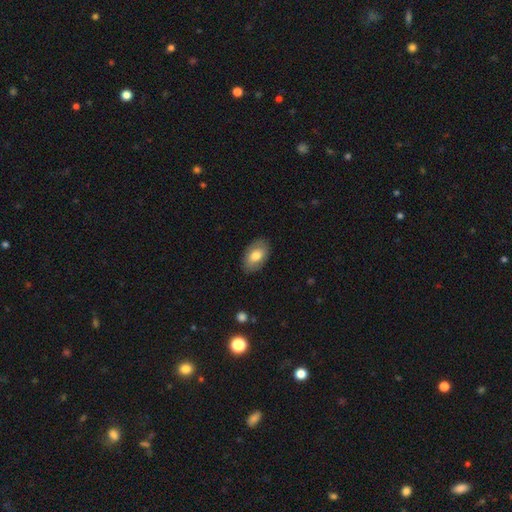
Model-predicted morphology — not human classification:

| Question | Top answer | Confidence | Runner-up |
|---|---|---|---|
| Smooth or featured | smooth | 73% | featured or disk (21%) |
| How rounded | in between | 91% | round (8%) |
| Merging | none | 85% | minor disturbance (12%) |